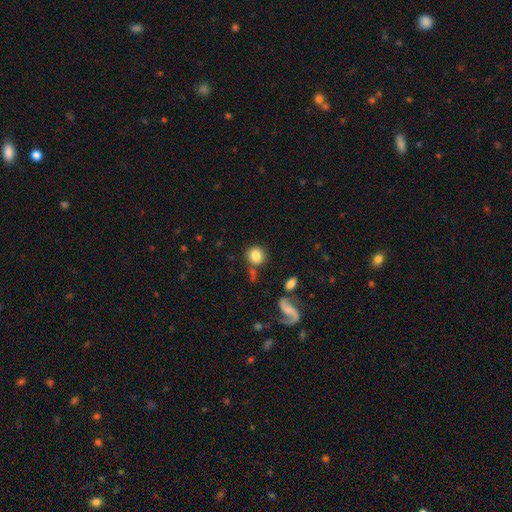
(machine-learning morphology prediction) This is clearly a smooth galaxy (82%). How rounded: clearly round (85%). Merging: likely none (75%).